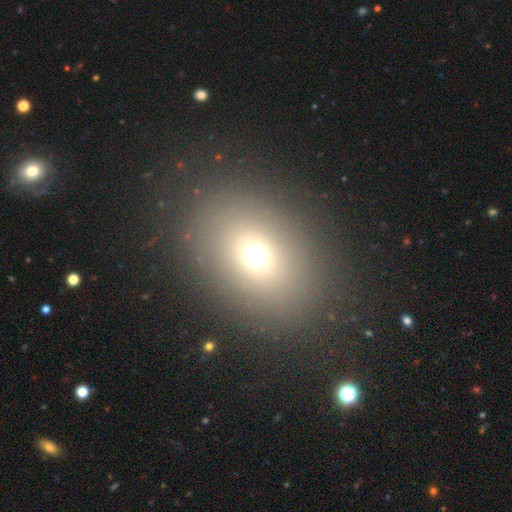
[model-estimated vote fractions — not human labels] Smooth or featured?
  - smooth: 68% *
  - star or artifact: 20%
  - featured or disk: 12%
How rounded?
  - in between: 61% *
  - round: 38%
  - cigar-shaped: 1%
Merging?
  - none: 84% *
  - minor disturbance: 9%
  - major disturbance: 6%
  - merger: 2%